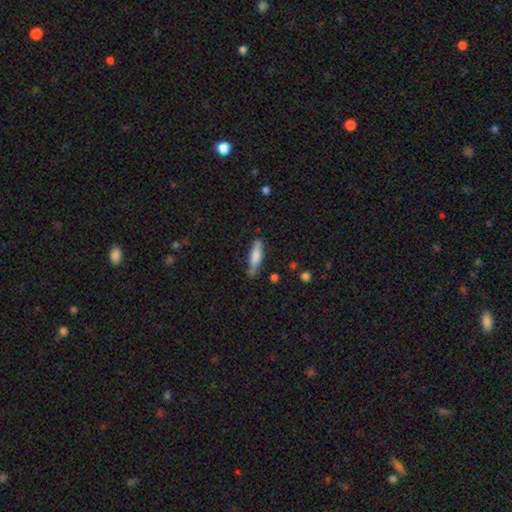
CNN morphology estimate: smooth_or_featured: smooth (p=0.73) [alt: featured or disk p=0.21]
how_rounded: cigar-shaped (p=0.66) [alt: in between p=0.32]
merging: none (p=0.66) [alt: minor disturbance p=0.25]